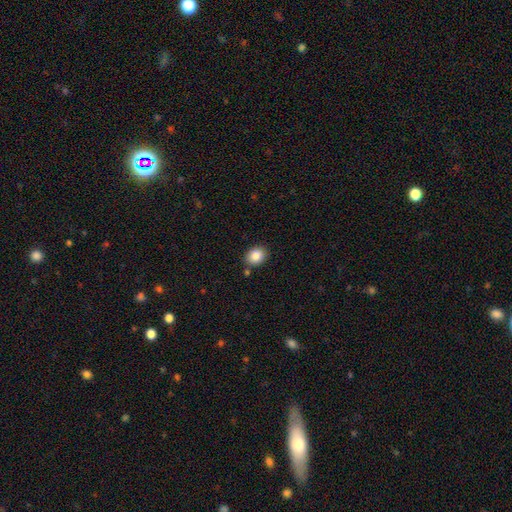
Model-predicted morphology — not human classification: A smooth galaxy with no disk features (87%) that is in between round and cigar-shaped (50%). Merging: none (83%).